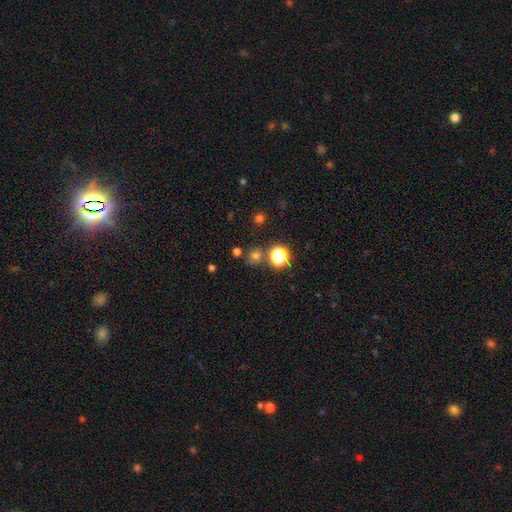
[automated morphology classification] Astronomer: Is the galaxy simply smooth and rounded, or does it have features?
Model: smooth — 66%.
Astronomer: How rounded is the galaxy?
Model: round — 88%.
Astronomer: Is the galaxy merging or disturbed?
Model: none — 77%.